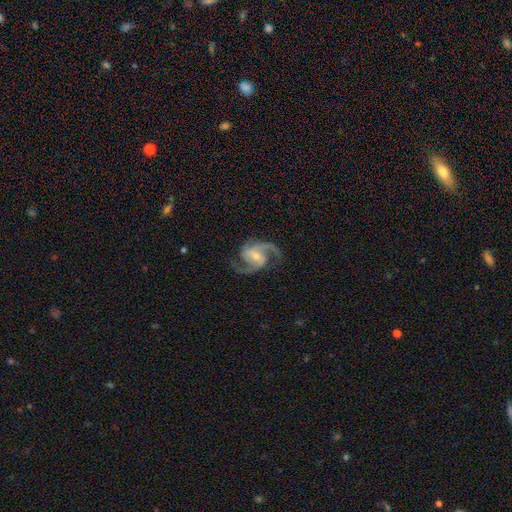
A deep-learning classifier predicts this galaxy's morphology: smooth-or-featured: featured or disk: 91% | star or artifact: 5% | smooth: 4%
  disk-edge-on: no: 98% | yes: 2%
    bar: weak: 45% | no: 35% | strong: 21%
    has-spiral-arms: yes: 98% | no: 2%
      spiral-winding: medium: 61% | loose: 23% | tight: 16%
      spiral-arm-count: 2: 78% | 3: 13% | can't tell: 3% | 1: 2% | 4: 2% | more than 4: 2%
    bulge-size: small: 51% | moderate: 45% | large: 2% | none: 2% | dominant: 1%
  merging: none: 78% | minor disturbance: 14% | major disturbance: 7% | merger: 1%